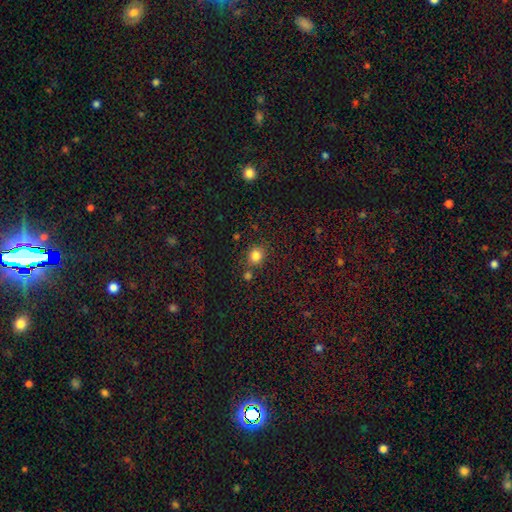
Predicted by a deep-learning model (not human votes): The model was most divided on "how rounded": round: 78%, in between: 21%, cigar-shaped: 1%. More confident: smooth or featured — smooth (81%); merging — none (72%).